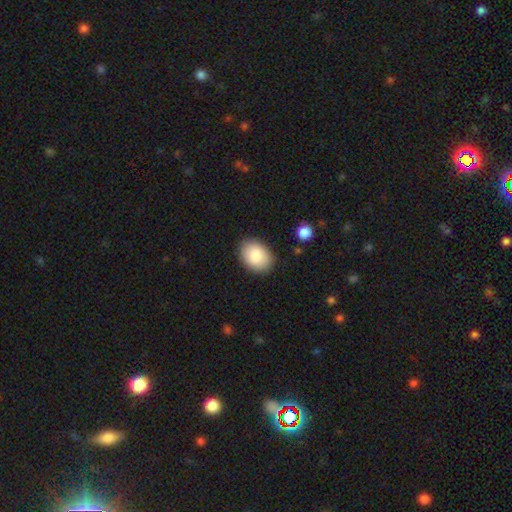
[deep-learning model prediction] This is clearly a smooth galaxy (87%). How rounded: likely in between (78%). Merging: clearly none (86%).